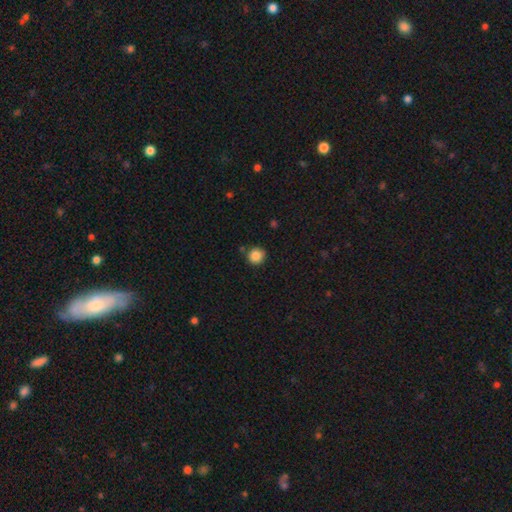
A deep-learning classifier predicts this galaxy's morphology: The model was most divided on "merging": none: 83%, minor disturbance: 10%, merger: 4%, major disturbance: 2%. More confident: how rounded — round (92%); smooth or featured — smooth (86%).